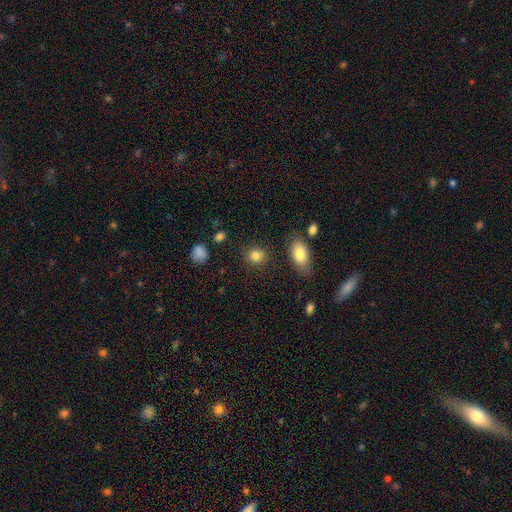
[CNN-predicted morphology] Smooth or featured? Predicted: smooth (p=0.83). How rounded? Predicted: round (p=0.73). Merging? Predicted: none (p=0.83).